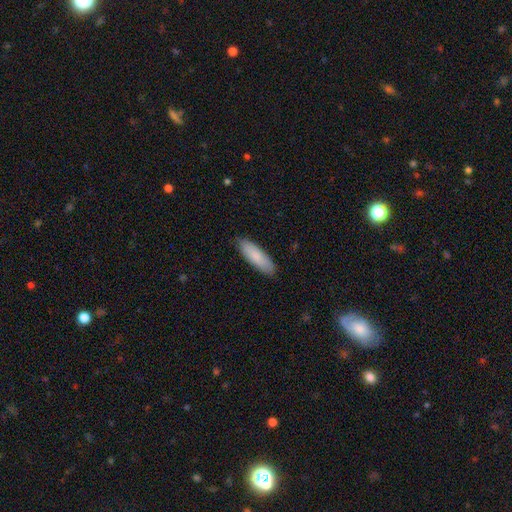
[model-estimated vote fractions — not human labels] This is clearly a smooth galaxy (84%). How rounded: possibly in between (52%). Merging: clearly none (87%).